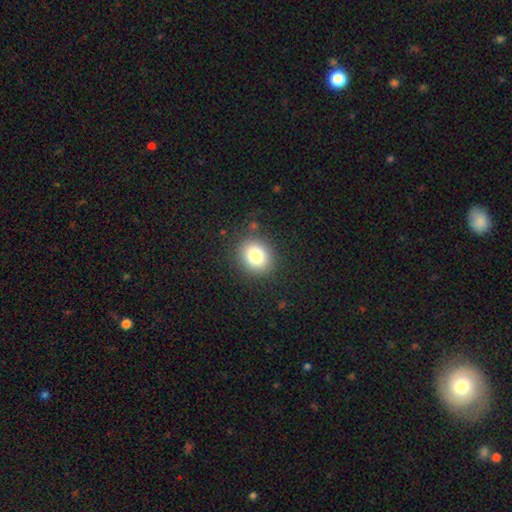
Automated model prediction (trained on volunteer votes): Smooth or featured? smooth (81%)
How rounded? round (72%)
Merging? none (87%)